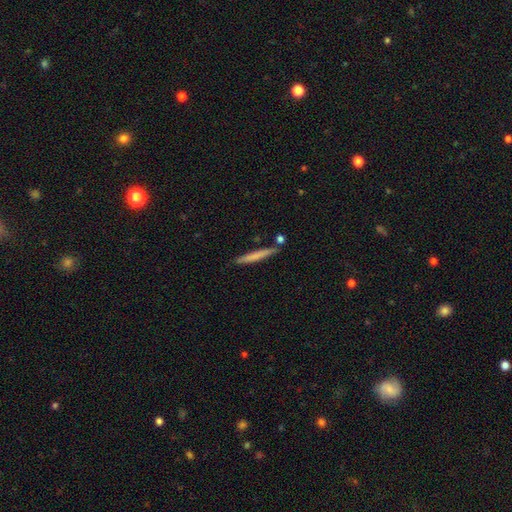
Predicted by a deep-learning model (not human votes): Overall: smooth (67%; featured or disk 28%). How rounded: cigar-shaped (96%). Merging: none (83%).